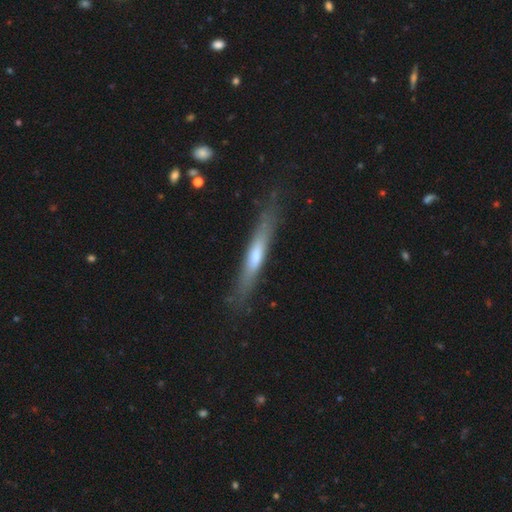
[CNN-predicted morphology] Smooth or featured: smooth — 50% (featured or disk — 44%)
Merging: none — 80% (minor disturbance — 14%)